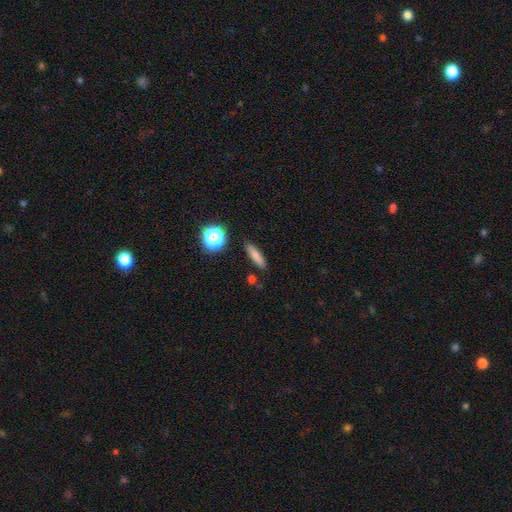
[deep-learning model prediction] This appears to be a smooth galaxy with no disk features (78%) that is cigar-shaped (70%). Merging: none (86%).